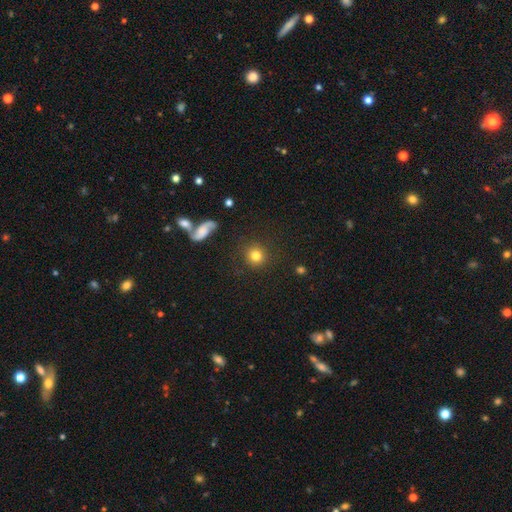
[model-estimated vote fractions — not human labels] A smooth galaxy with no disk features (80%) that is round (91%). Merging: none (87%).